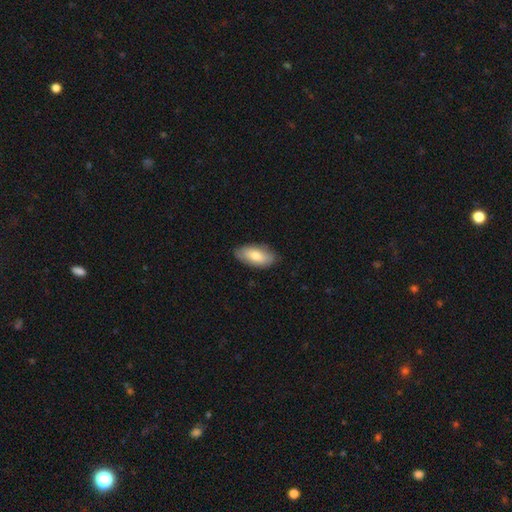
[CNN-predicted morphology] A smooth galaxy with no disk features (75%) that is in between round and cigar-shaped (91%).

Vote fractions:
- Smooth or featured? smooth: 75% / featured or disk: 19% / star or artifact: 6%
- How rounded? in between: 91% / cigar-shaped: 6% / round: 2%
- Merging? none: 81% / minor disturbance: 15% / major disturbance: 3% / merger: 1%